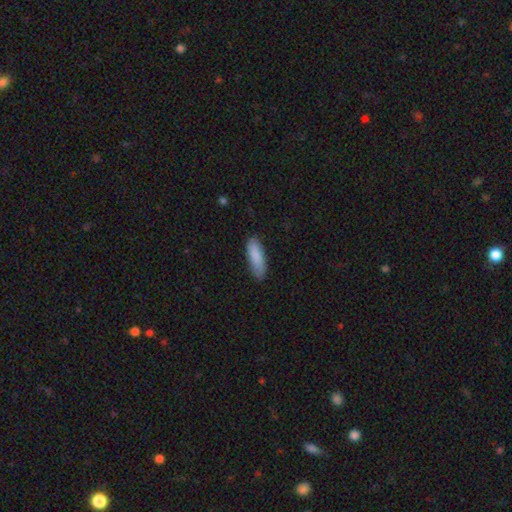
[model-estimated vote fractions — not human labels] This is clearly a smooth galaxy (87%). How rounded: possibly in between (50%). Merging: clearly none (80%).